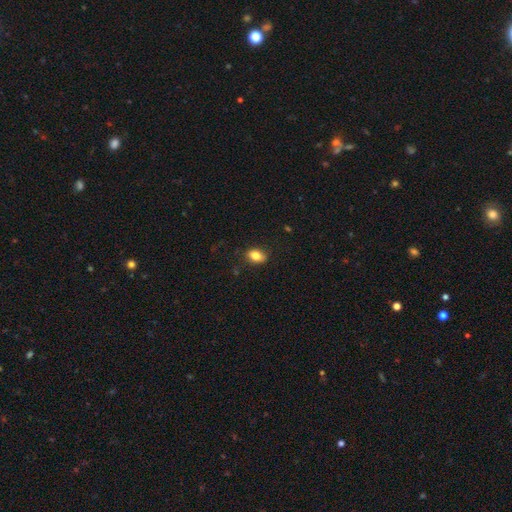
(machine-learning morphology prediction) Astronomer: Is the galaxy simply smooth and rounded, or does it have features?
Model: smooth — 82%.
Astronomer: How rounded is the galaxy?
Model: in between — 80%.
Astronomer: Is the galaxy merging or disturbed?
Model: none — 83%.